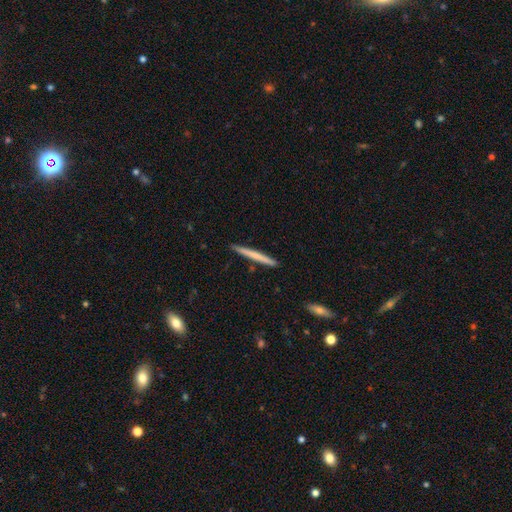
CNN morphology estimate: Smooth or featured? Predicted: smooth (p=0.60). How rounded? Predicted: cigar-shaped (p=0.97). Merging? Predicted: none (p=0.91).